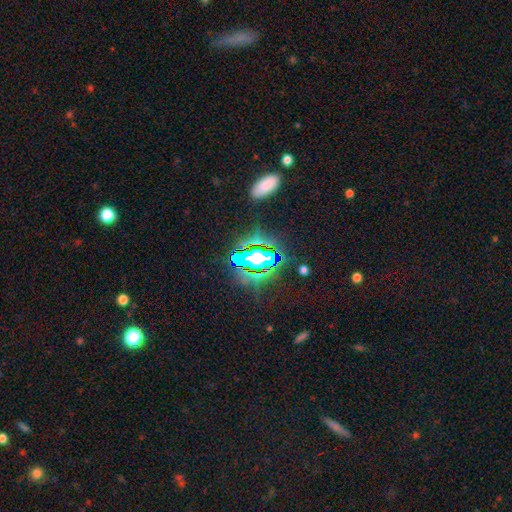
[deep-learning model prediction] This is likely a star or artifact rather than a galaxy (77%).